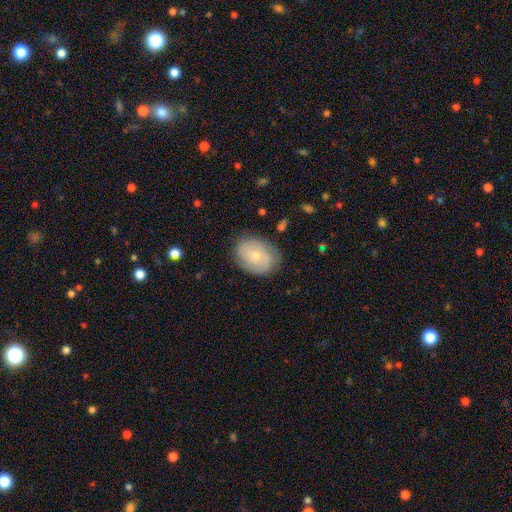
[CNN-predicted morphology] Q: Smooth or featured?
A: featured or disk (49%); runner-up: smooth (44%)
Q: Merging?
A: none (79%); runner-up: minor disturbance (16%)